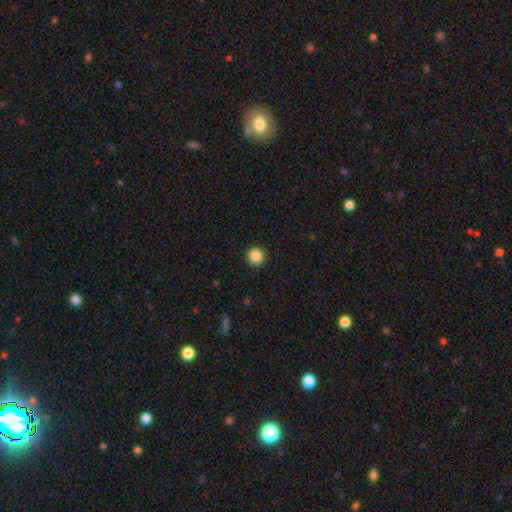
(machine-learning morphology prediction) Smooth or featured? smooth (87%)
How rounded? round (94%)
Merging? none (92%)